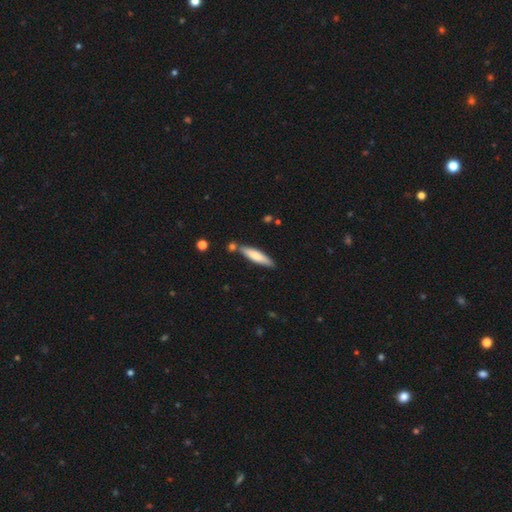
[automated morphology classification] Q: Smooth or featured?
A: smooth (72%); runner-up: featured or disk (23%)
Q: How rounded?
A: cigar-shaped (79%); runner-up: in between (20%)
Q: Merging?
A: none (76%); runner-up: minor disturbance (13%)